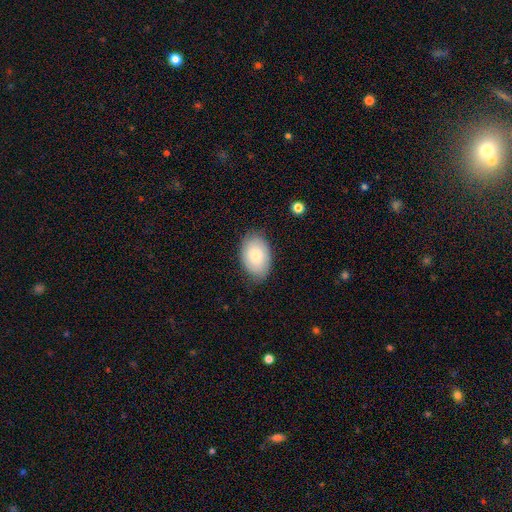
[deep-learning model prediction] This is likely a smooth galaxy (75%). How rounded: clearly in between (88%). Merging: likely none (80%).